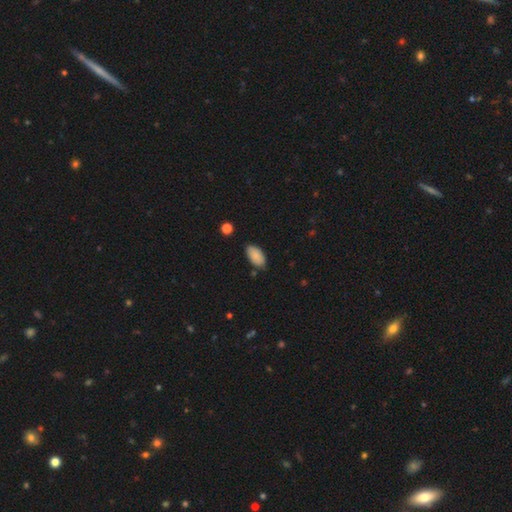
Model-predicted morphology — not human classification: type=smooth (87%); roundness=in between (95%); merging=none (79%).